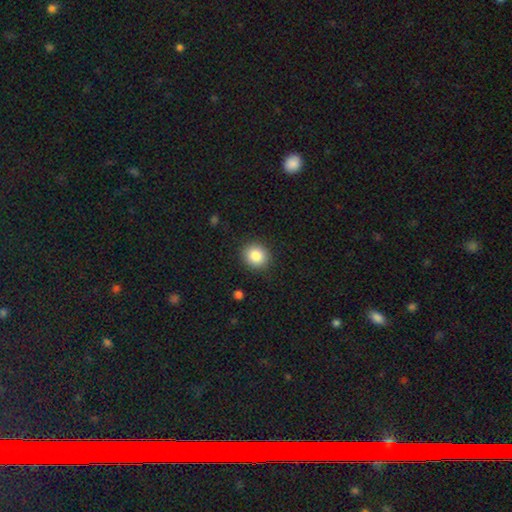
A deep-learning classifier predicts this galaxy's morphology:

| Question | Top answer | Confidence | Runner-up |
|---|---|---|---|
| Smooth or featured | smooth | 85% | star or artifact (9%) |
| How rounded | round | 82% | in between (17%) |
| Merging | none | 89% | minor disturbance (7%) |